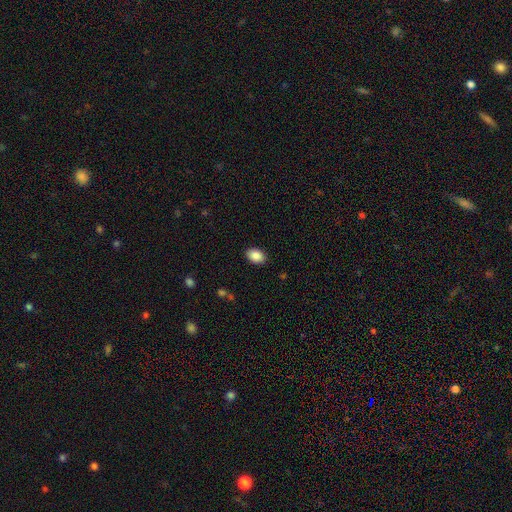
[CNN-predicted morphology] smooth-or-featured: smooth: 89% | star or artifact: 7% | featured or disk: 4%
  how-rounded: in between: 83% | round: 16% | cigar-shaped: 1%
  merging: none: 89% | minor disturbance: 8% | major disturbance: 2% | merger: 1%